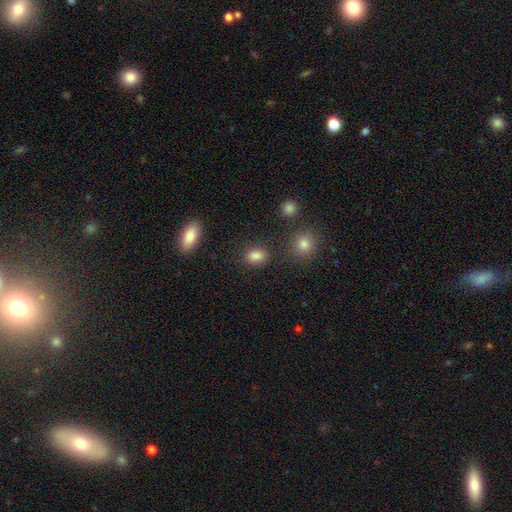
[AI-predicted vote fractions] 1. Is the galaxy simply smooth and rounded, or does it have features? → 85% smooth, 10% star or artifact, 5% featured or disk.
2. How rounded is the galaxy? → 75% in between, 23% round, 2% cigar-shaped.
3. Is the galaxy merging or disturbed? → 82% none, 10% minor disturbance, 4% merger, 4% major disturbance.